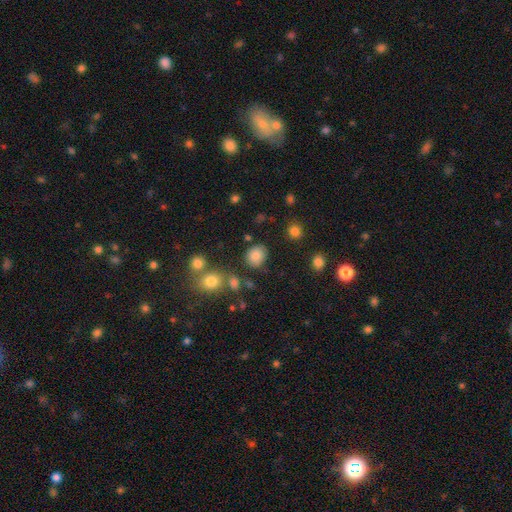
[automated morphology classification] type=smooth (81%); roundness=round (62%); merging=none (78%).